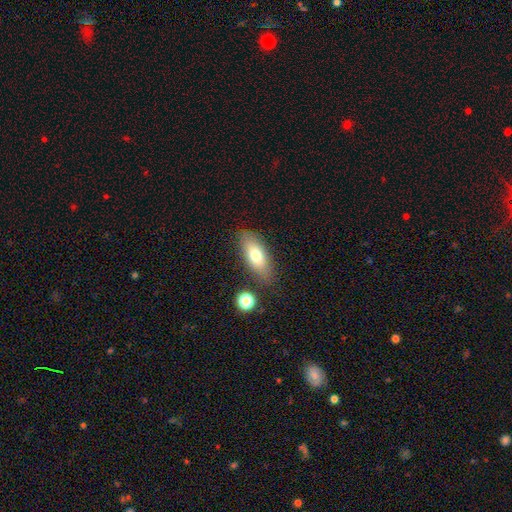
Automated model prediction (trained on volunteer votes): A smooth galaxy with no disk features (71%) that is in between round and cigar-shaped (78%). Merging: none (80%).